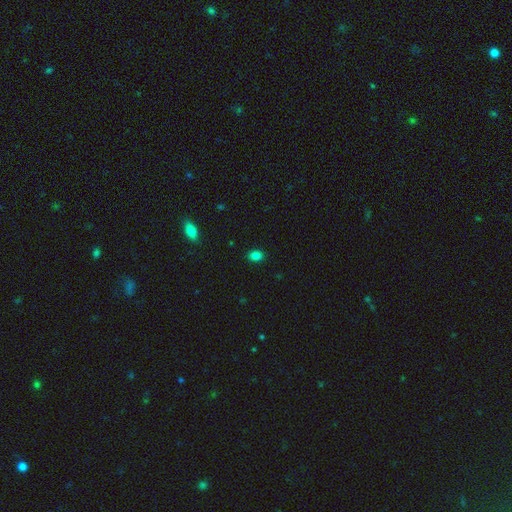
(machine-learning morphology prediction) Smooth or featured?
  - smooth: 84% *
  - star or artifact: 12%
  - featured or disk: 4%
How rounded?
  - in between: 70% *
  - round: 29%
  - cigar-shaped: 1%
Merging?
  - none: 89% *
  - minor disturbance: 8%
  - major disturbance: 2%
  - merger: 1%